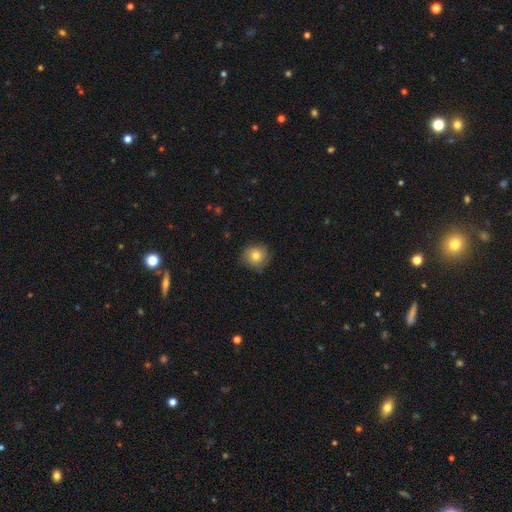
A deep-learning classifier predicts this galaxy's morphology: Smooth or featured?
  - smooth: 72% *
  - featured or disk: 19%
  - star or artifact: 9%
How rounded?
  - round: 90% *
  - in between: 9%
  - cigar-shaped: 1%
Merging?
  - none: 81% *
  - minor disturbance: 15%
  - major disturbance: 4%
  - merger: 1%